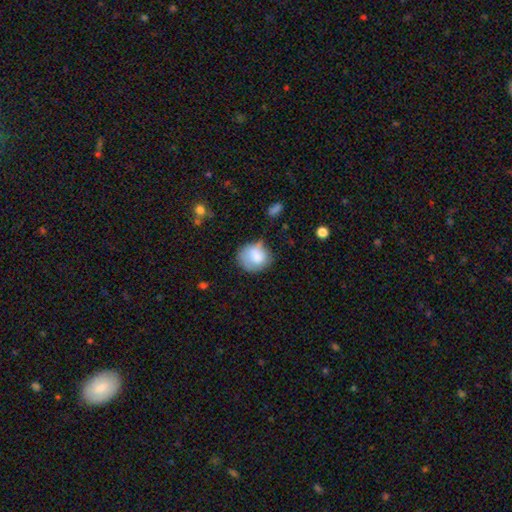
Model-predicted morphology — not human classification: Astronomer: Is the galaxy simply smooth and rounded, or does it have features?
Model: smooth — 76%.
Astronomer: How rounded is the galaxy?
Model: round — 70%.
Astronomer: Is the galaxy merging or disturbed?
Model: none — 48% (runner-up: minor disturbance, 33%).